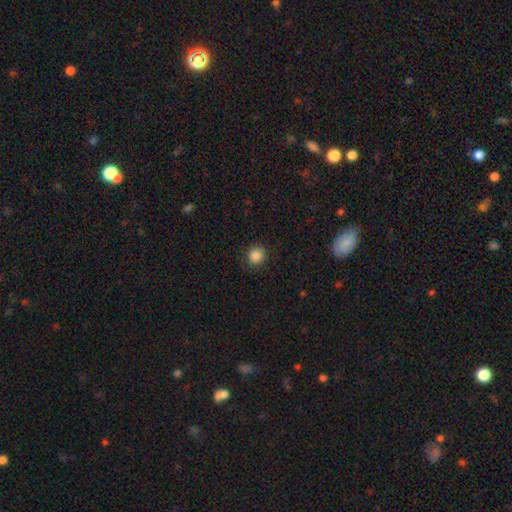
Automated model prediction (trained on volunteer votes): A smooth galaxy with no disk features (86%) that is round (90%).

Vote fractions:
- Smooth or featured? smooth: 86% / star or artifact: 11% / featured or disk: 4%
- How rounded? round: 90% / in between: 9% / cigar-shaped: 1%
- Merging? none: 88% / minor disturbance: 8% / major disturbance: 3% / merger: 1%